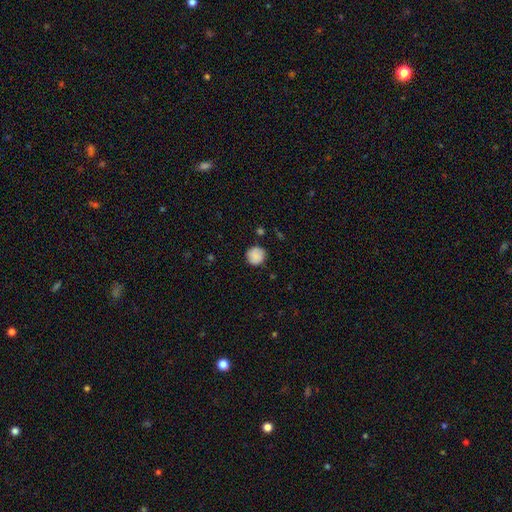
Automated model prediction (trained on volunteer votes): Smooth or featured?
  - smooth: 84% *
  - star or artifact: 8%
  - featured or disk: 8%
How rounded?
  - round: 89% *
  - in between: 10%
  - cigar-shaped: 1%
Merging?
  - none: 80% *
  - minor disturbance: 15%
  - major disturbance: 3%
  - merger: 2%